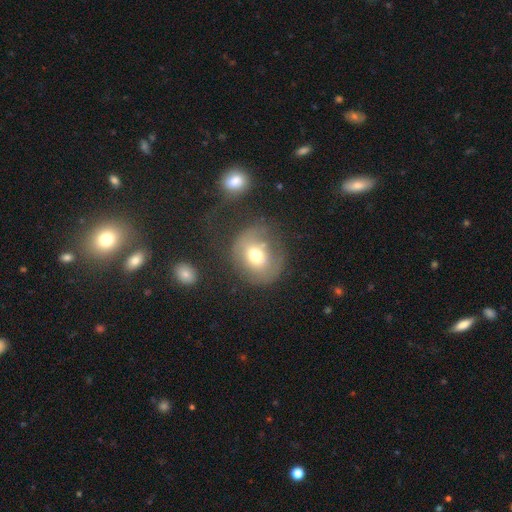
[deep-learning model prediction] Smooth or featured: smooth — 58% (featured or disk — 30%)
How rounded: round — 74% (in between — 25%)
Merging: none — 46% (major disturbance — 24%)